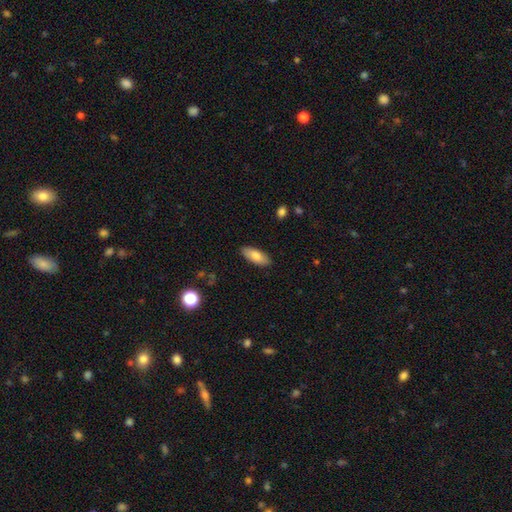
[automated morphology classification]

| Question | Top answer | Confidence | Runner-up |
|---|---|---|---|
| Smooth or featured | smooth | 79% | featured or disk (14%) |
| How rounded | in between | 81% | cigar-shaped (17%) |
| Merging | none | 89% | minor disturbance (9%) |